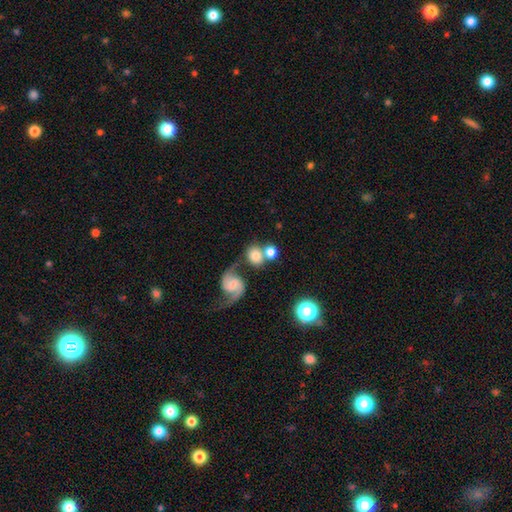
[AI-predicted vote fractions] Morphology: type=smooth (65%); roundness=round (82%); merging=none (49%).